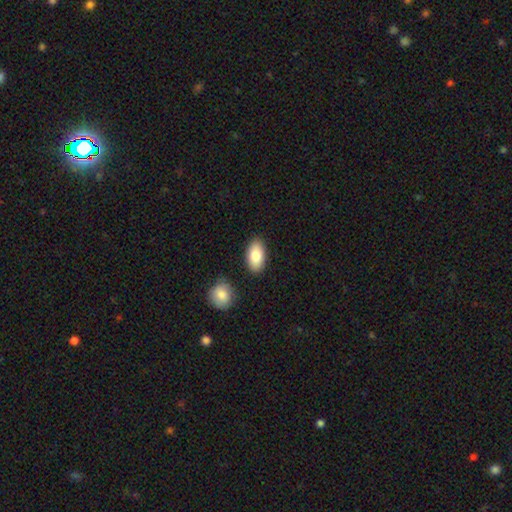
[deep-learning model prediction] Morphology: type=smooth (84%); roundness=in between (94%); merging=none (85%).